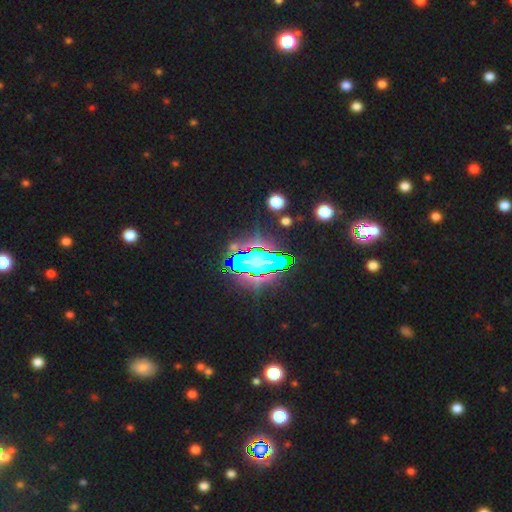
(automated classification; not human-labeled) This is clearly a star or artifact rather than a galaxy (83%).